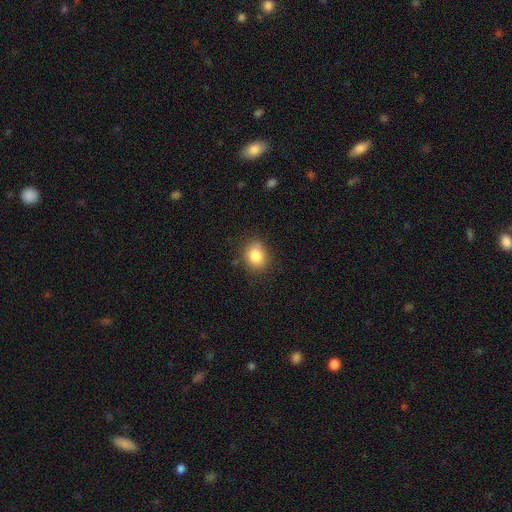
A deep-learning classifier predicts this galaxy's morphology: Smooth or featured?
  - smooth: 84% *
  - star or artifact: 10%
  - featured or disk: 7%
How rounded?
  - round: 63% *
  - in between: 36%
  - cigar-shaped: 1%
Merging?
  - none: 80% *
  - minor disturbance: 15%
  - major disturbance: 3%
  - merger: 2%